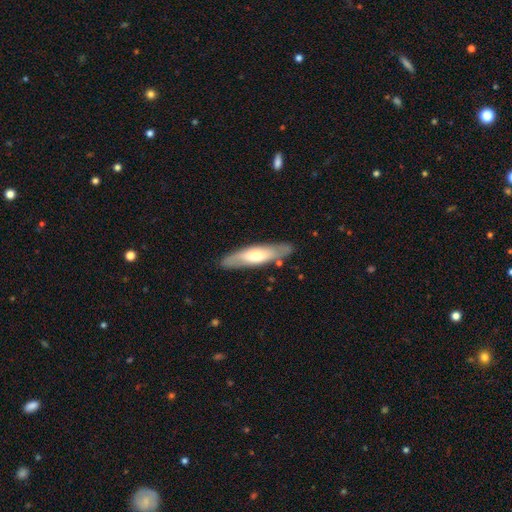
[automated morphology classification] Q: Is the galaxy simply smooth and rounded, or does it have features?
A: smooth — 54%.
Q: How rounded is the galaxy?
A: cigar-shaped — 63%.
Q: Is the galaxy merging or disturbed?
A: none — 84%.